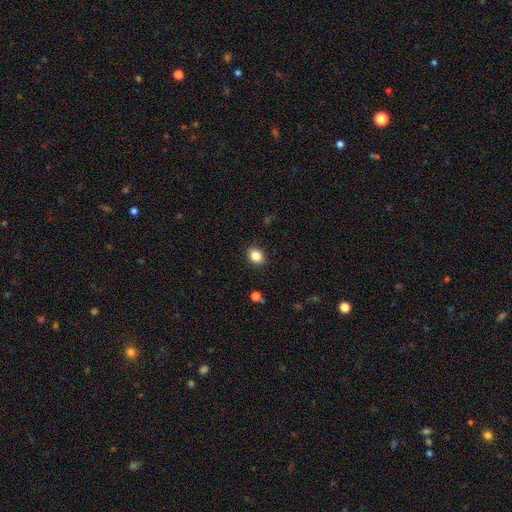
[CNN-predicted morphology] The model was most divided on "how rounded": round: 56%, in between: 43%, cigar-shaped: 1%. More confident: merging — none (90%); smooth or featured — smooth (86%).